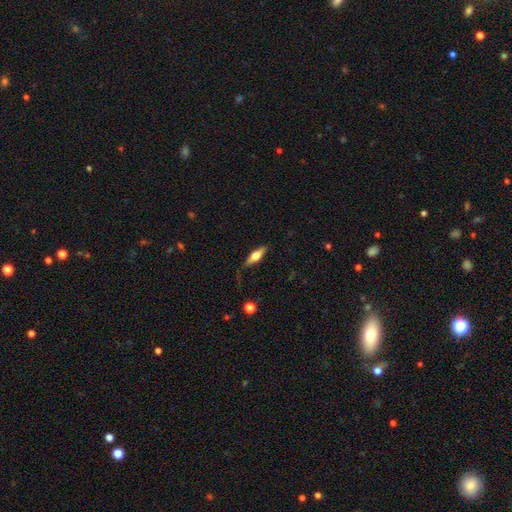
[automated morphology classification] A smooth galaxy with no disk features (49%). Merging: none (73%).